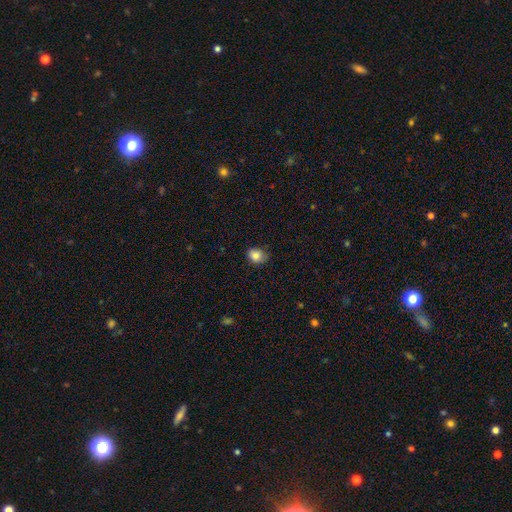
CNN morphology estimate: Smooth or featured? Predicted: smooth (p=0.84). How rounded? Predicted: round (p=0.57). Merging? Predicted: none (p=0.73).